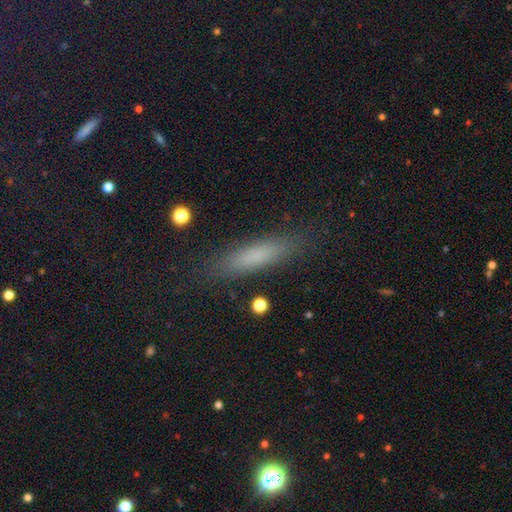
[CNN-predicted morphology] A smooth galaxy with no disk features (70%) that is cigar-shaped (78%).

Vote fractions:
- Smooth or featured? smooth: 70% / featured or disk: 16% / star or artifact: 14%
- How rounded? cigar-shaped: 78% / in between: 20% / round: 3%
- Merging? none: 87% / minor disturbance: 9% / major disturbance: 3% / merger: 2%